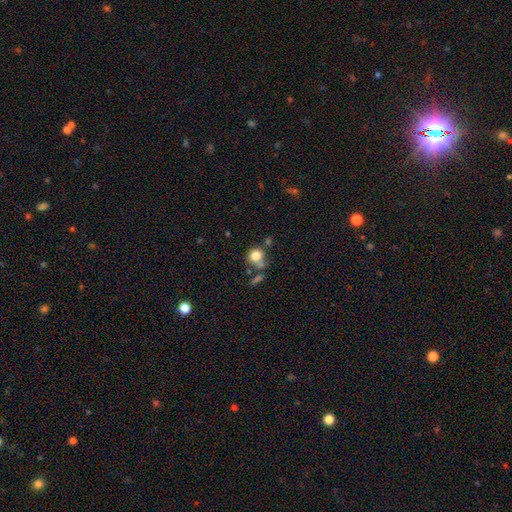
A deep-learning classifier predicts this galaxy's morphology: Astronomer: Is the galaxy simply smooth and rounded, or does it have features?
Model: smooth — 80%.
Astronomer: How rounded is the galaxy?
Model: round — 81%.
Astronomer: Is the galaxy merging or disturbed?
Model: none — 49%.